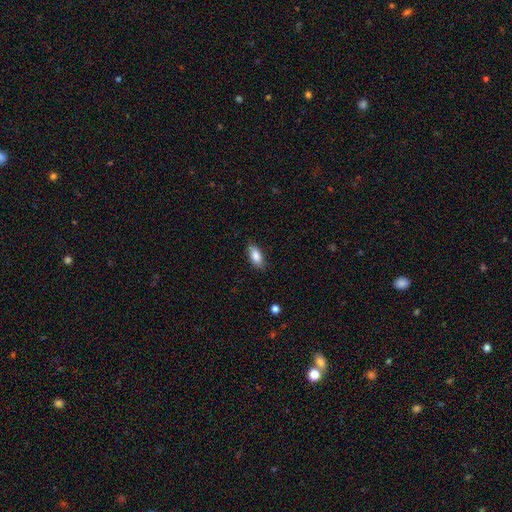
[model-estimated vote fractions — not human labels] The model was most divided on "merging": none: 85%, minor disturbance: 12%, major disturbance: 2%, merger: 1%. More confident: how rounded — in between (86%); smooth or featured — smooth (85%).